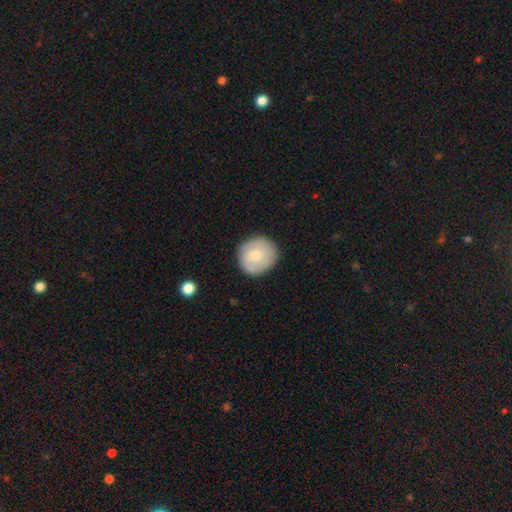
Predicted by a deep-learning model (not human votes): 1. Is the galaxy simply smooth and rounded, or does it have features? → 67% smooth, 27% featured or disk, 6% star or artifact.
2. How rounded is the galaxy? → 88% round, 11% in between, 1% cigar-shaped.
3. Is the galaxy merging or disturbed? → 83% none, 12% minor disturbance, 3% major disturbance, 1% merger.